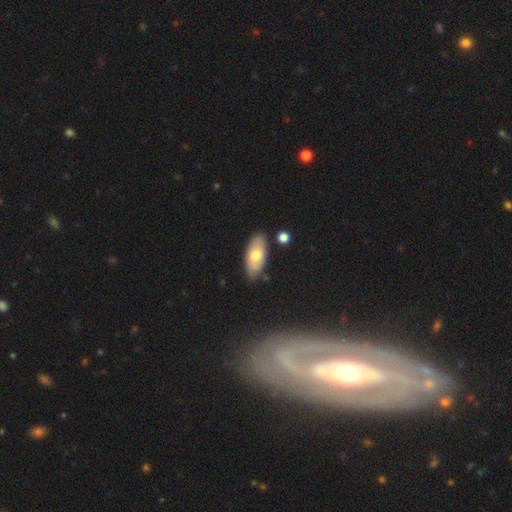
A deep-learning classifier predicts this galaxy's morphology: This appears to be a smooth galaxy with no disk features (67%) that is in between round and cigar-shaped (89%). Merging: none (76%).